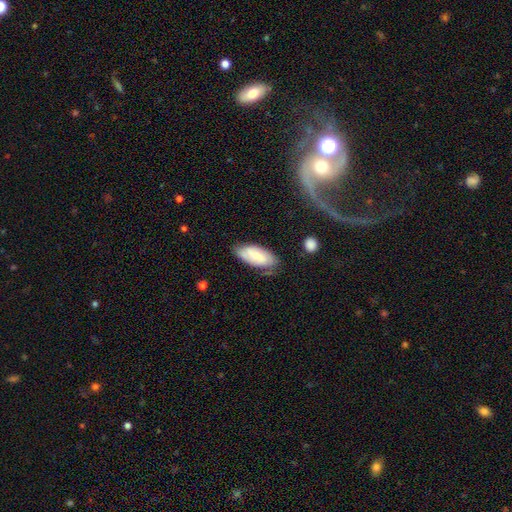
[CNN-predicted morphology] smooth-or-featured: smooth: 67% | featured or disk: 27% | star or artifact: 7%
  how-rounded: in between: 89% | cigar-shaped: 9% | round: 2%
  merging: none: 70% | minor disturbance: 22% | major disturbance: 5% | merger: 3%